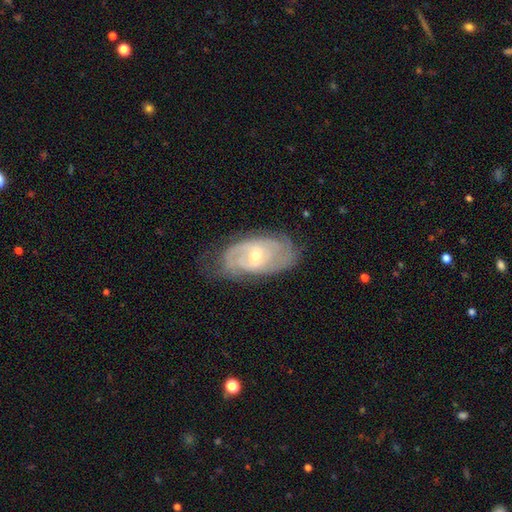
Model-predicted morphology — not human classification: The model was most divided on "spiral arm count": 2: 38%, can't tell: 37%, 3: 13%, 4: 5%, 1: 4%, more than 4: 3%. Remaining: edge-on disk — no (94%); spiral arms — yes (91%); smooth or featured — featured or disk (81%); merging — none (67%); spiral winding — tight (60%); bulge size — small (55%); bar — no (47%).